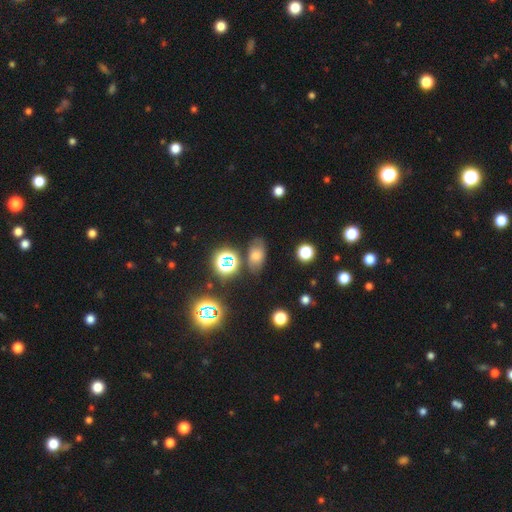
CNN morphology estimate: Smooth or featured? smooth (52%)
How rounded? in between (80%)
Merging? none (72%)